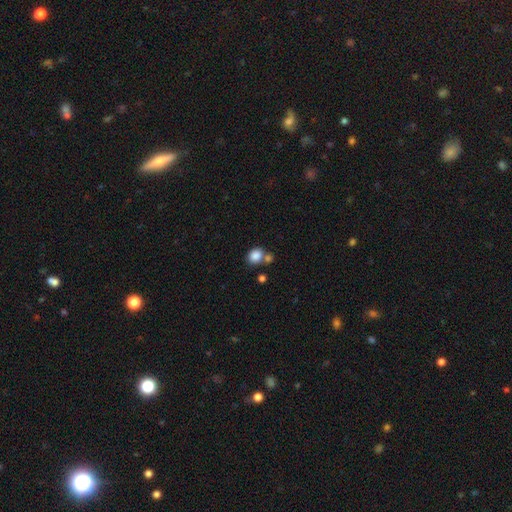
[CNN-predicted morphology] Overall: smooth (85%). How rounded: round (64%; in between 35%). Merging: none (54%; merger 31%).